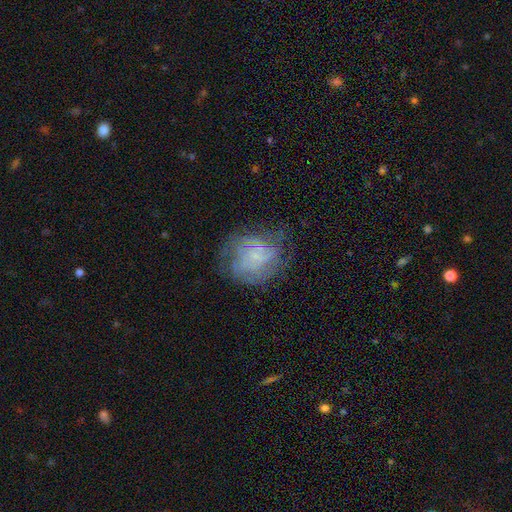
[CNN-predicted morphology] Smooth or featured?
  - featured or disk: 58% *
  - smooth: 31%
  - star or artifact: 11%
Edge-on disk?
  - no: 98% *
  - yes: 2%
Bar?
  - no: 79% *
  - weak: 18%
  - strong: 3%
Spiral arms?
  - yes: 70% *
  - no: 30%
Bulge size?
  - small: 58% *
  - none: 29%
  - moderate: 10%
  - large: 2%
  - dominant: 1%
Merging?
  - none: 59% *
  - minor disturbance: 22%
  - major disturbance: 17%
  - merger: 2%